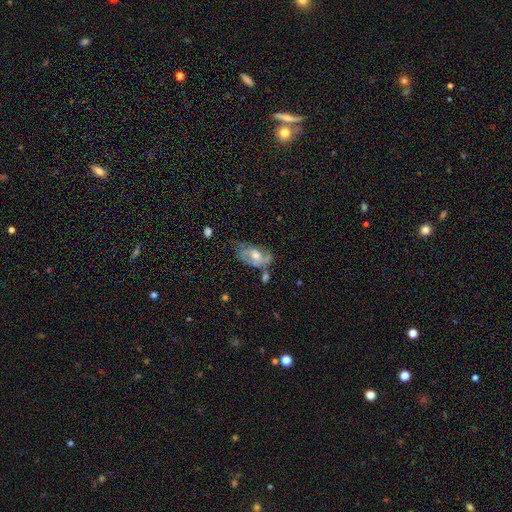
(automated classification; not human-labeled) featured or disk 62%, smooth 30%, star or artifact 8%. Down the decision tree: edge-on disk — no (93%); bar — no (62%); spiral arms — yes (69%); bulge size — moderate (68%); merging — none (46%).